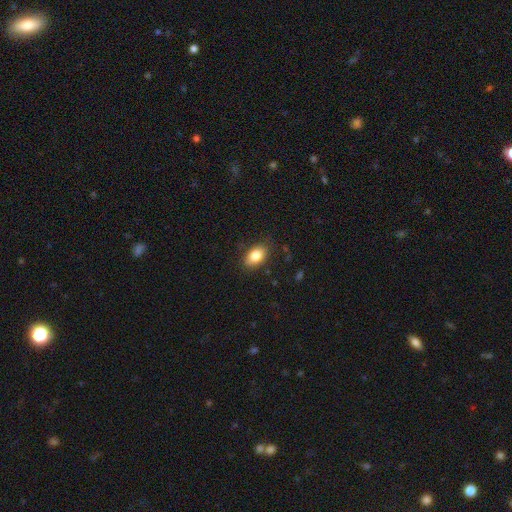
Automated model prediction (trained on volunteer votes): This appears to be a smooth galaxy with no disk features (83%) that is in between round and cigar-shaped (86%). Merging: none (82%).